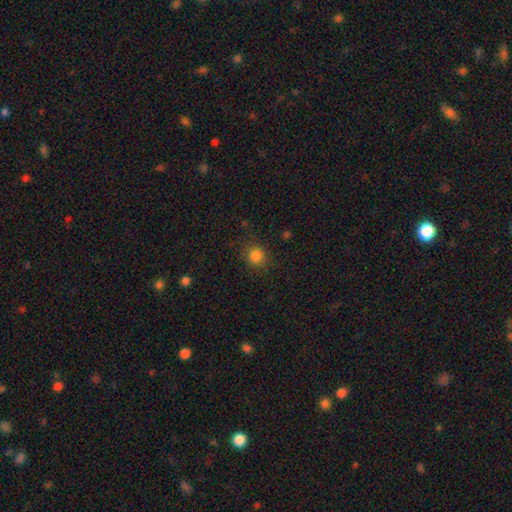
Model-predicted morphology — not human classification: smooth 83%, star or artifact 13%, featured or disk 4%. Down the decision tree: how rounded — round (85%); merging — none (86%).